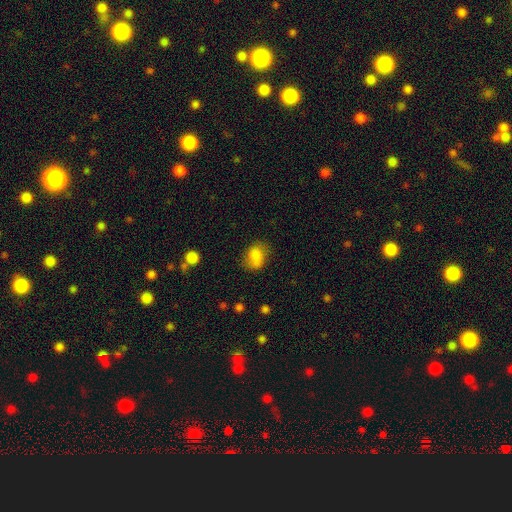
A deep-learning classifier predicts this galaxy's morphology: Q: Smooth or featured?
A: smooth (77%); runner-up: featured or disk (13%)
Q: How rounded?
A: in between (62%); runner-up: round (36%)
Q: Merging?
A: none (56%); runner-up: minor disturbance (27%)